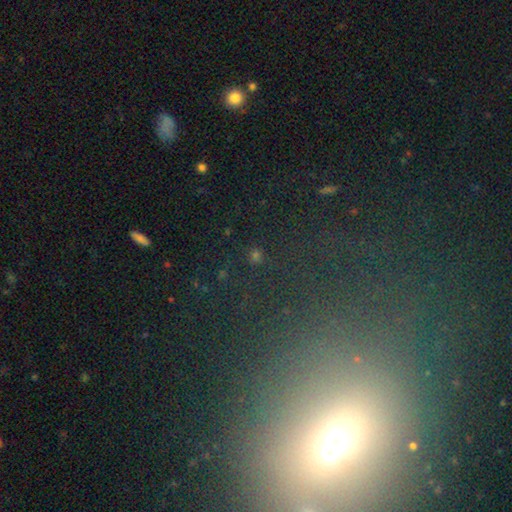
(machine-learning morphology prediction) Smooth or featured? smooth (51%)
How rounded? round (86%)
Merging? none (81%)